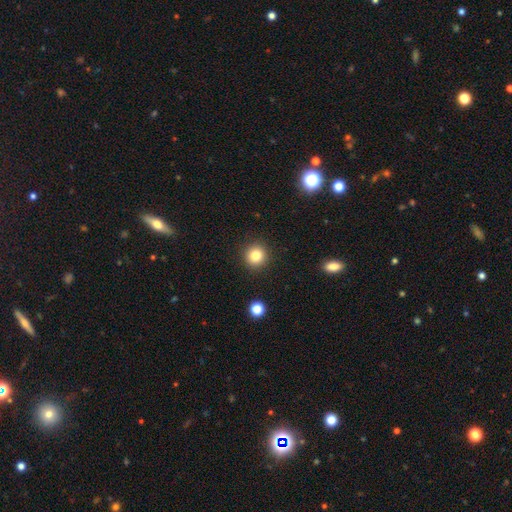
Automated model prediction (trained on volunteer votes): The model was most divided on "smooth or featured": smooth: 82%, star or artifact: 11%, featured or disk: 6%. More confident: how rounded — round (93%); merging — none (91%).